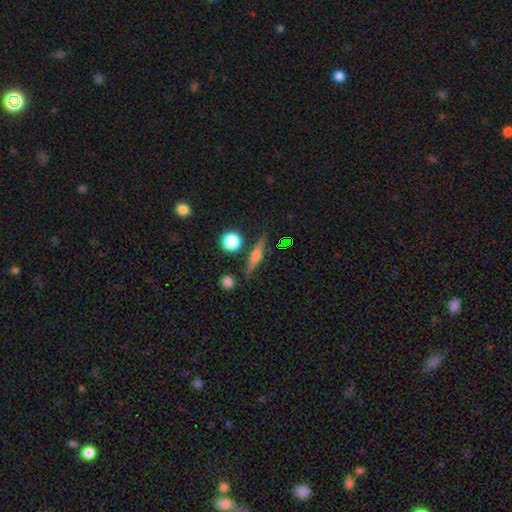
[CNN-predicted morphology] featured or disk 51%, smooth 36%, star or artifact 12%. Down the decision tree: edge-on disk — yes (93%); merging — none (84%).